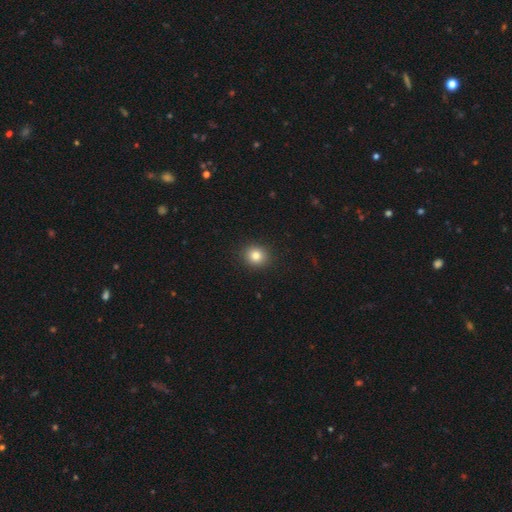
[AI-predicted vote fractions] The model was most divided on "how rounded": round: 79%, in between: 20%, cigar-shaped: 1%. More confident: merging — none (91%); smooth or featured — smooth (82%).